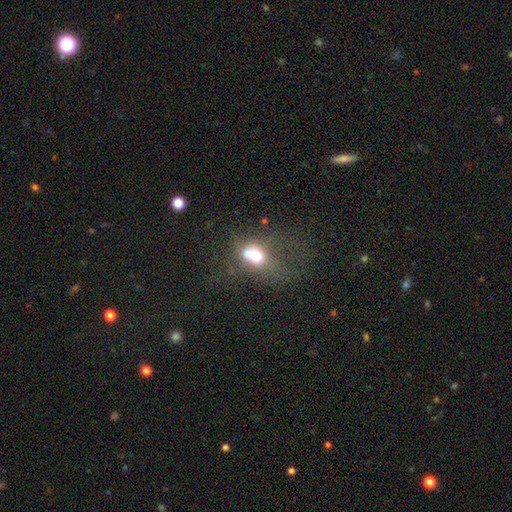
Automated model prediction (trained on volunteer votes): This appears to be a smooth galaxy with no disk features (58%) that is in between round and cigar-shaped (58%). Merging: merger (30%).